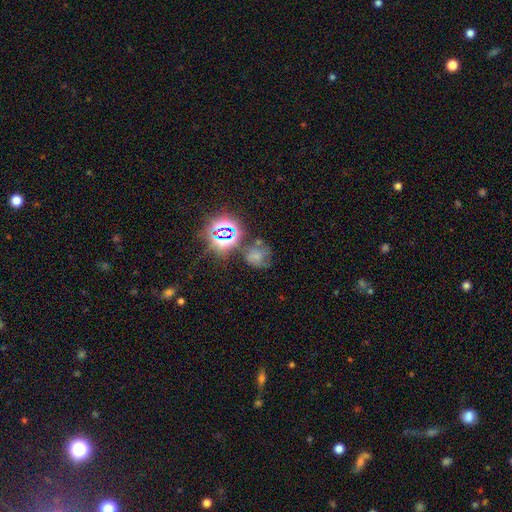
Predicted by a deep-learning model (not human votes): Smooth or featured? smooth (48%)
Merging? none (52%)